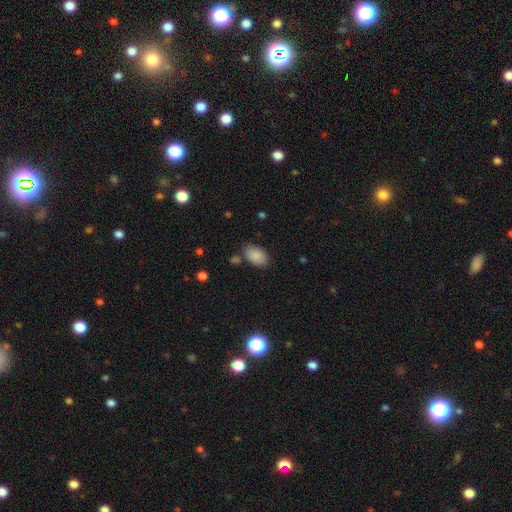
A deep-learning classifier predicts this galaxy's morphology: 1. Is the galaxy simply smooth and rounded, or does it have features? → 88% smooth, 7% star or artifact, 5% featured or disk.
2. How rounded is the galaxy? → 91% in between, 8% round, 1% cigar-shaped.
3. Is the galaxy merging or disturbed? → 77% none, 15% minor disturbance, 5% merger, 4% major disturbance.